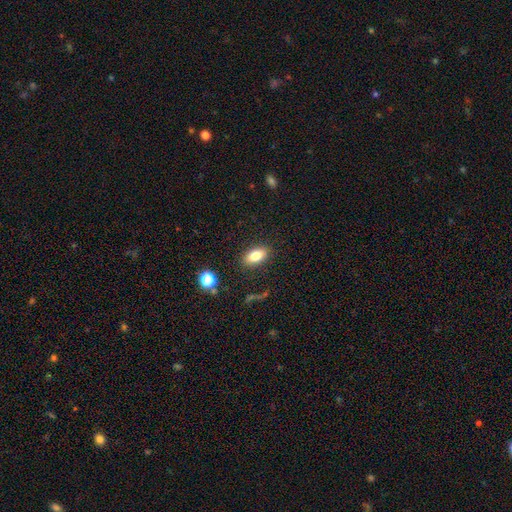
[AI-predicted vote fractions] smooth 79%, featured or disk 12%, star or artifact 9%. Down the decision tree: how rounded — in between (88%); merging — none (87%).